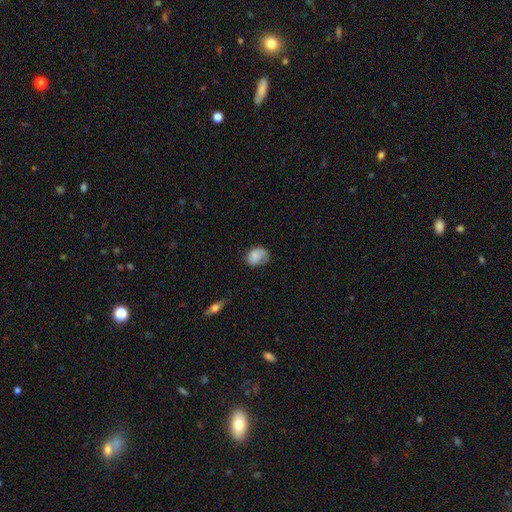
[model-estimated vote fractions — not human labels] The model was most divided on "how rounded": in between: 54%, round: 45%, cigar-shaped: 1%. More confident: smooth or featured — smooth (75%); merging — none (50%).